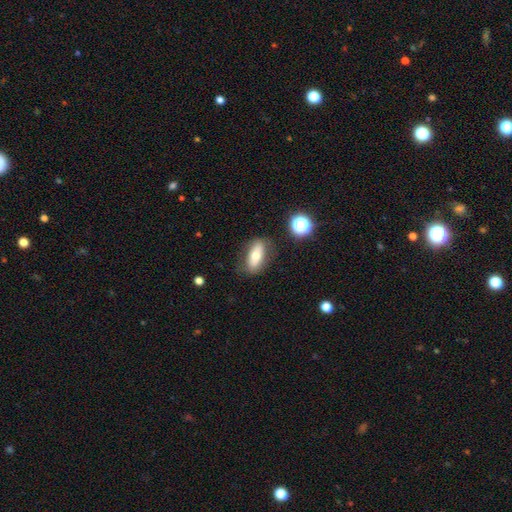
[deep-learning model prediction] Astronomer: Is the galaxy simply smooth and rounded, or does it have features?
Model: smooth — 64%.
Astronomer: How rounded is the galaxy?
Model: in between — 76%.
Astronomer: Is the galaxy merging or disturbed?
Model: none — 78%.